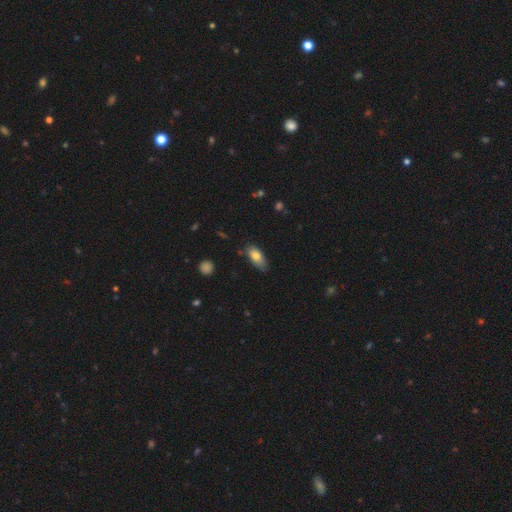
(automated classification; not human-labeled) Smooth or featured?
  - smooth: 79% *
  - featured or disk: 14%
  - star or artifact: 7%
How rounded?
  - in between: 86% *
  - cigar-shaped: 11%
  - round: 3%
Merging?
  - none: 62% *
  - minor disturbance: 30%
  - major disturbance: 5%
  - merger: 2%